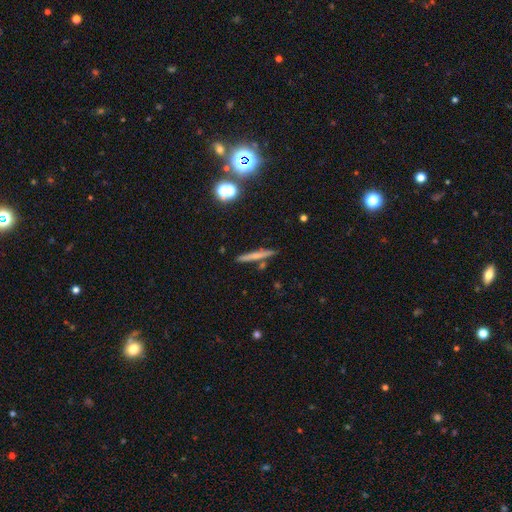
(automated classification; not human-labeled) A smooth galaxy with no disk features (55%) that is cigar-shaped (93%). Merging: none (84%).